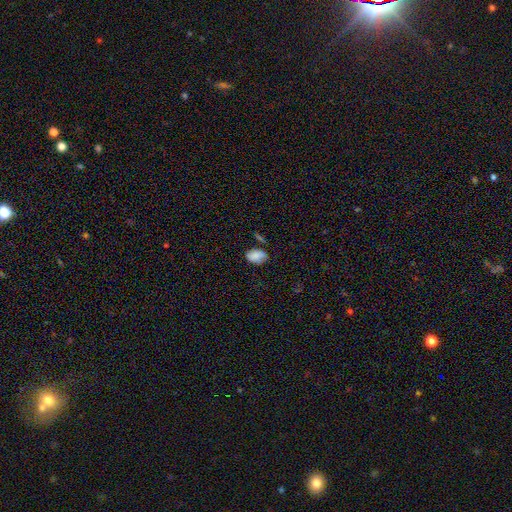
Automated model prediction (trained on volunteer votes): Overall: smooth (80%). How rounded: in between (89%). Merging: none (58%; minor disturbance 28%).